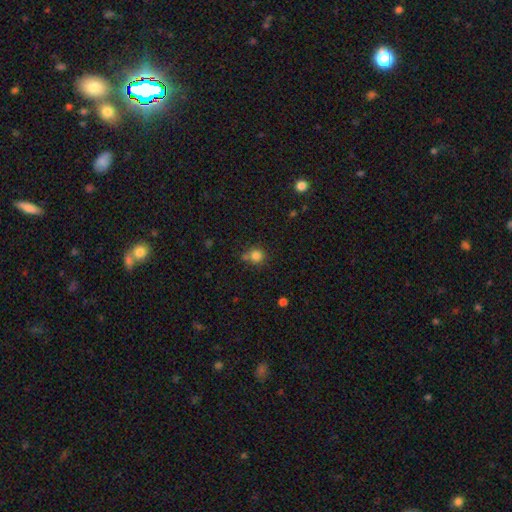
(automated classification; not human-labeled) A smooth galaxy with no disk features (82%) that is round (90%).

Vote fractions:
- Smooth or featured? smooth: 82% / star or artifact: 13% / featured or disk: 5%
- How rounded? round: 90% / in between: 9% / cigar-shaped: 1%
- Merging? none: 70% / merger: 14% / minor disturbance: 12% / major disturbance: 4%